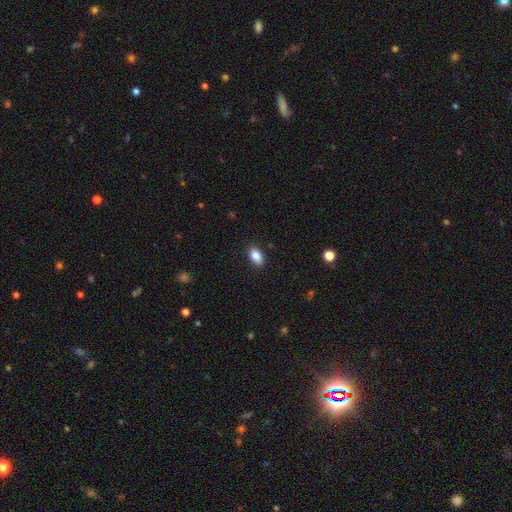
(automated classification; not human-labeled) Overall: smooth (88%). How rounded: in between (91%). Merging: none (88%).